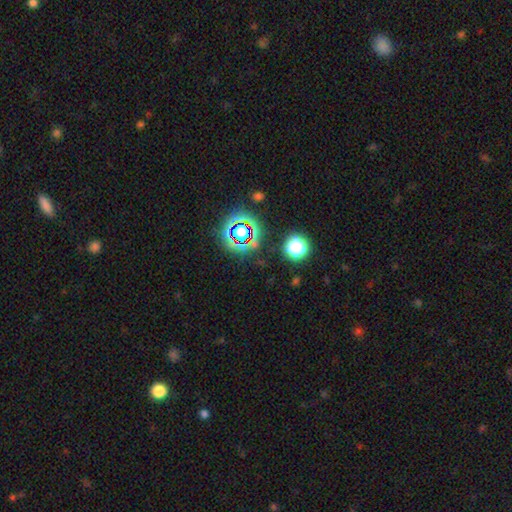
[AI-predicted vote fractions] A star or artifact, not a galaxy (73%).